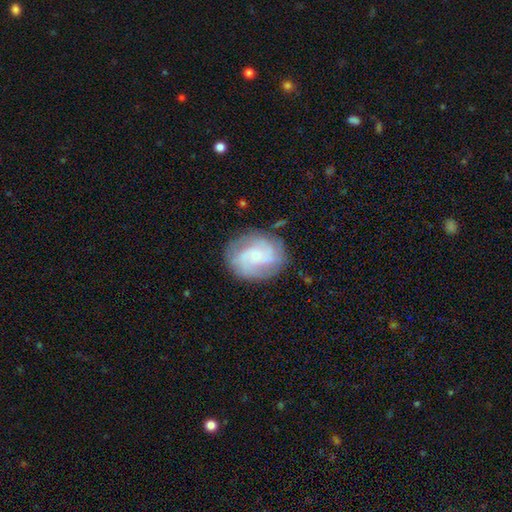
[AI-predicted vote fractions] Smooth or featured?
  - featured or disk: 68% *
  - smooth: 24%
  - star or artifact: 8%
Edge-on disk?
  - no: 98% *
  - yes: 2%
Bar?
  - no: 60% *
  - weak: 34%
  - strong: 7%
Spiral arms?
  - yes: 92% *
  - no: 8%
Spiral winding?
  - tight: 46% *
  - medium: 40%
  - loose: 14%
Spiral arm count?
  - 2: 38% *
  - can't tell: 26%
  - 3: 21%
  - 4: 6%
  - 1: 4%
  - more than 4: 4%
Bulge size?
  - small: 63% *
  - moderate: 19%
  - none: 13%
  - large: 3%
  - dominant: 1%
Merging?
  - none: 77% *
  - minor disturbance: 15%
  - major disturbance: 6%
  - merger: 1%